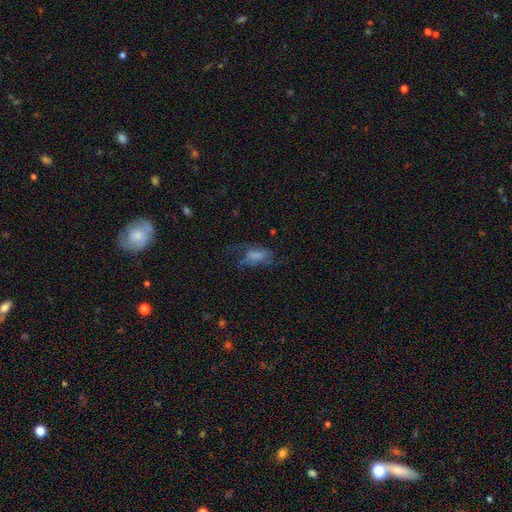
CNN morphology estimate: Smooth or featured?
  - smooth: 55% *
  - featured or disk: 32%
  - star or artifact: 12%
How rounded?
  - in between: 85% *
  - cigar-shaped: 10%
  - round: 5%
Merging?
  - major disturbance: 39% *
  - none: 35%
  - minor disturbance: 23%
  - merger: 3%